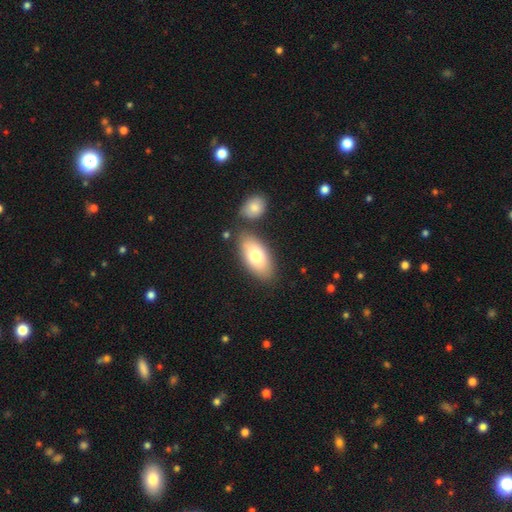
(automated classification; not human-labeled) Smooth or featured? smooth (74%)
How rounded? in between (91%)
Merging? none (75%)